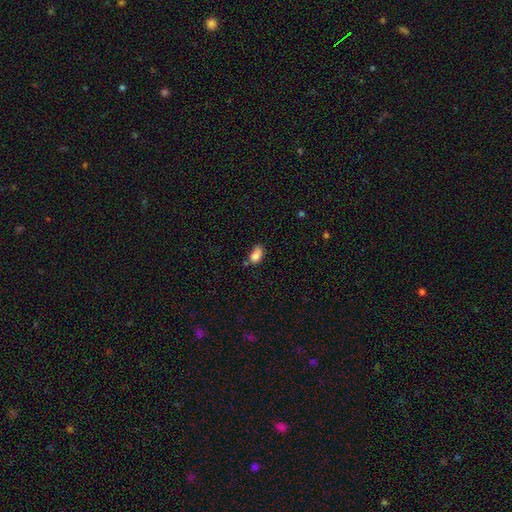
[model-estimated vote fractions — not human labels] Q: Smooth or featured?
A: smooth (82%); runner-up: star or artifact (10%)
Q: How rounded?
A: in between (87%); runner-up: round (9%)
Q: Merging?
A: none (40%); runner-up: minor disturbance (33%)